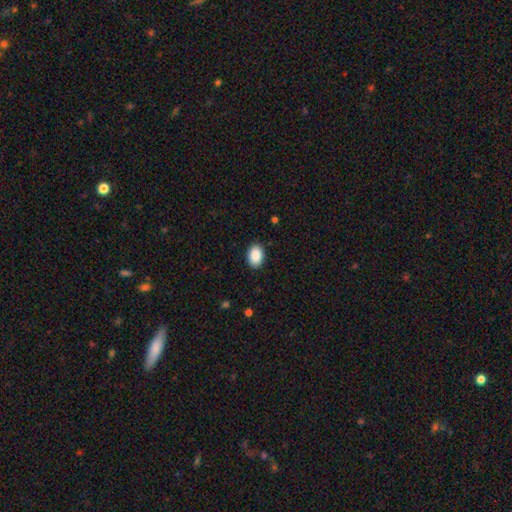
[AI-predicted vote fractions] A smooth galaxy with no disk features (89%) that is in between round and cigar-shaped (83%).

Vote fractions:
- Smooth or featured? smooth: 89% / star or artifact: 7% / featured or disk: 4%
- How rounded? in between: 83% / round: 16% / cigar-shaped: 1%
- Merging? none: 90% / minor disturbance: 7% / major disturbance: 2% / merger: 1%